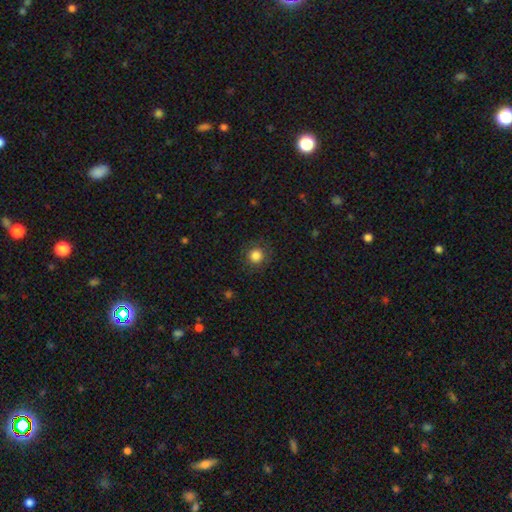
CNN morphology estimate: A smooth galaxy with no disk features (84%) that is round (93%).

Vote fractions:
- Smooth or featured? smooth: 84% / star or artifact: 11% / featured or disk: 5%
- How rounded? round: 93% / in between: 6% / cigar-shaped: 1%
- Merging? none: 87% / minor disturbance: 9% / major disturbance: 4% / merger: 1%